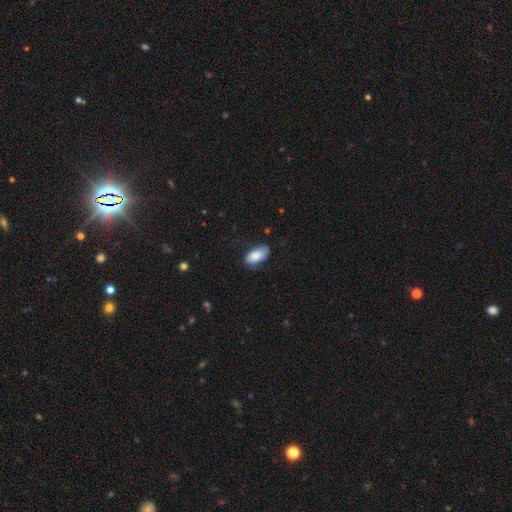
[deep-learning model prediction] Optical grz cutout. It shows a smooth galaxy with no disk features (84%) that is in between round and cigar-shaped (92%). Merging: none (65%).